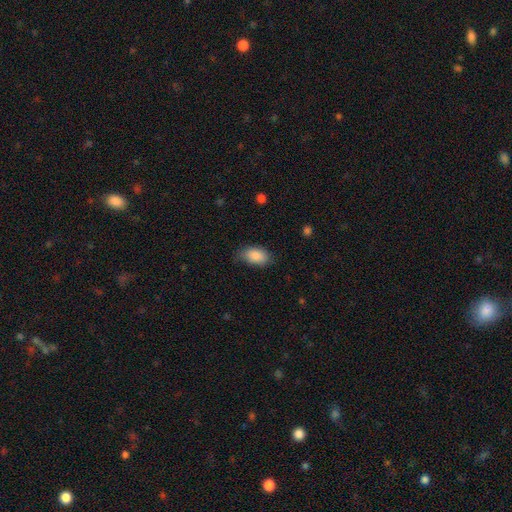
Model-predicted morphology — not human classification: Smooth or featured? smooth (88%)
How rounded? in between (92%)
Merging? none (70%)